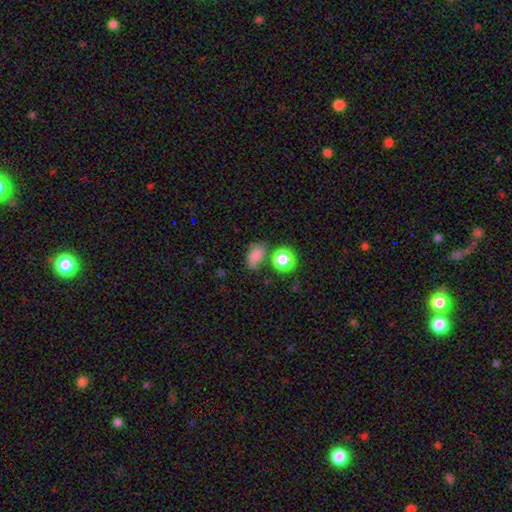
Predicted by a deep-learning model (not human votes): smooth-or-featured: smooth: 78% | star or artifact: 15% | featured or disk: 7%
  how-rounded: in between: 70% | round: 27% | cigar-shaped: 2%
  merging: none: 61% | minor disturbance: 20% | merger: 11% | major disturbance: 7%